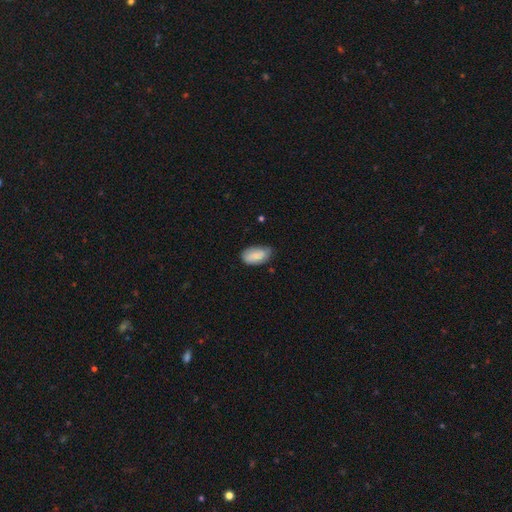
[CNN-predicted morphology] Overall: smooth (82%). How rounded: in between (94%). Merging: none (62%; minor disturbance 32%).